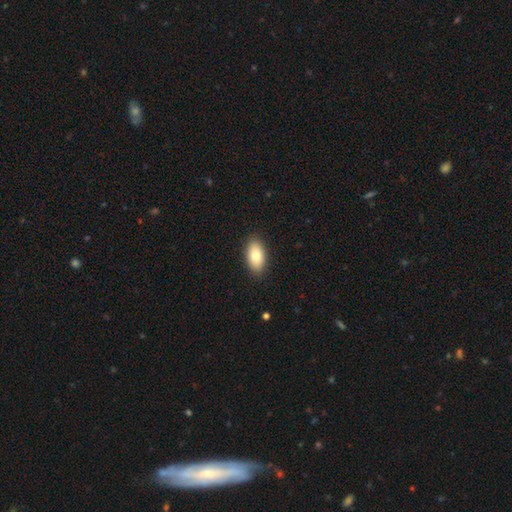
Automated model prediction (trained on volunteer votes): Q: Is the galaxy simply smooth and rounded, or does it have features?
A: smooth — 84%.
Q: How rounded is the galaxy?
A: in between — 94%.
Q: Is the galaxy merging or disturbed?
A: none — 88%.